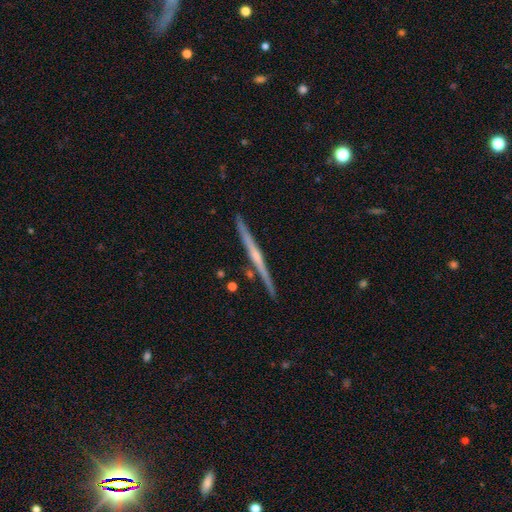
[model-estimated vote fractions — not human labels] This appears to be a featured or disk galaxy (75%) viewed edge-on (98%) with a rounded central bulge (48%). Merging: none (89%).